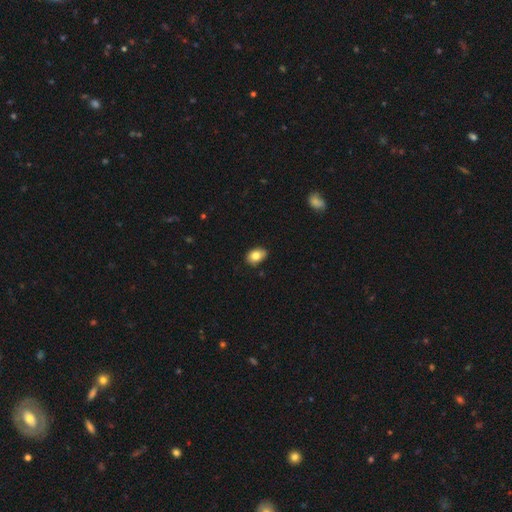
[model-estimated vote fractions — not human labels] Smooth or featured: smooth — 82% (featured or disk — 10%)
How rounded: in between — 81% (round — 18%)
Merging: none — 81% (minor disturbance — 16%)